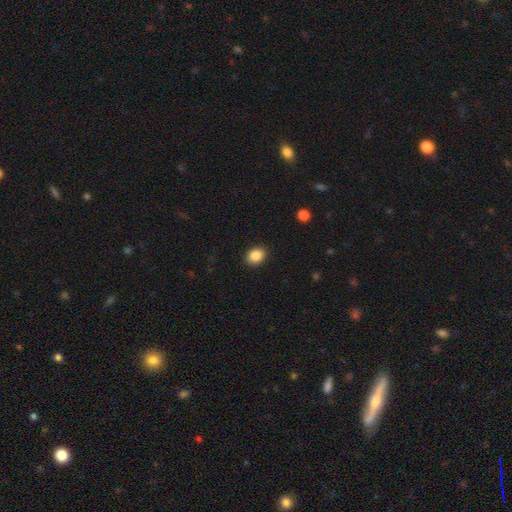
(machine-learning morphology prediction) This appears to be a smooth galaxy with no disk features (87%) that is in between round and cigar-shaped (65%). Merging: none (89%).